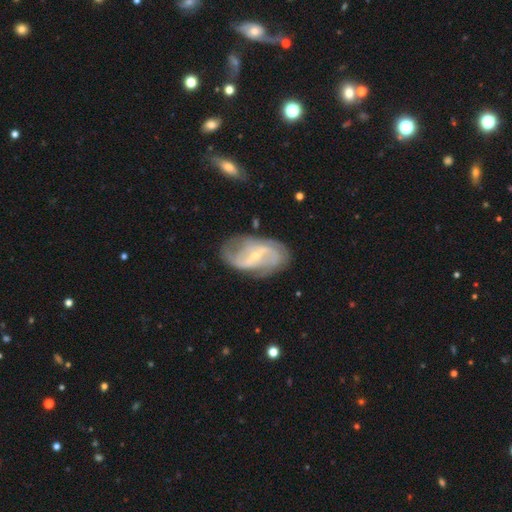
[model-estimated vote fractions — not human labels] The model was most divided on "bar": weak: 42%, strong: 40%, no: 19%. Remaining: edge-on disk — no (96%); spiral arms — yes (93%); smooth or featured — featured or disk (87%); bulge size — small (76%); merging — none (70%); spiral arm count — 2 (64%); spiral winding — medium (42%).